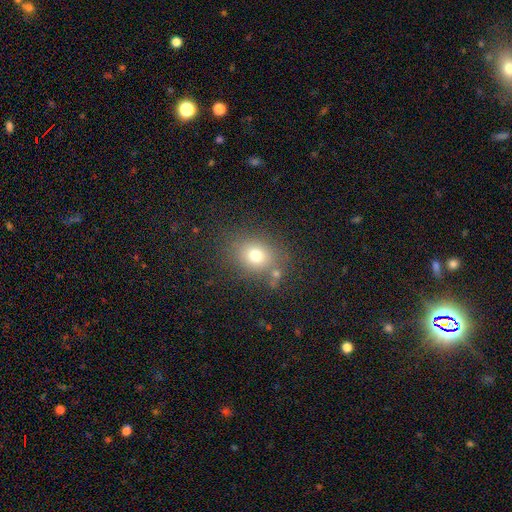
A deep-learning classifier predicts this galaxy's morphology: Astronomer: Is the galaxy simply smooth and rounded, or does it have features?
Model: smooth — 73%.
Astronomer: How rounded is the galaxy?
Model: round — 56% (runner-up: in between, 43%).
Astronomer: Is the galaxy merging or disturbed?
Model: none — 73%.